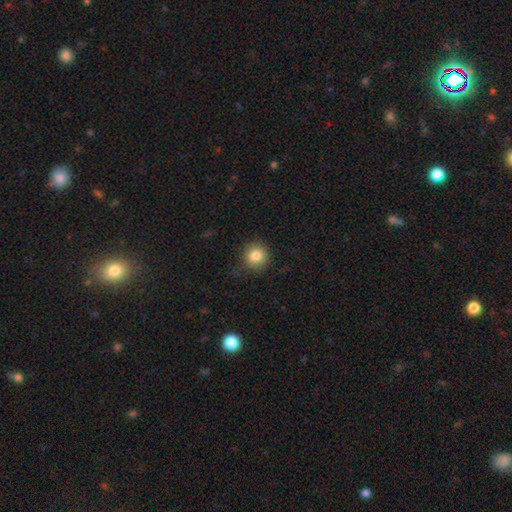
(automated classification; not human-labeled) This appears to be a smooth galaxy with no disk features (84%) that is round (92%). Merging: none (79%).